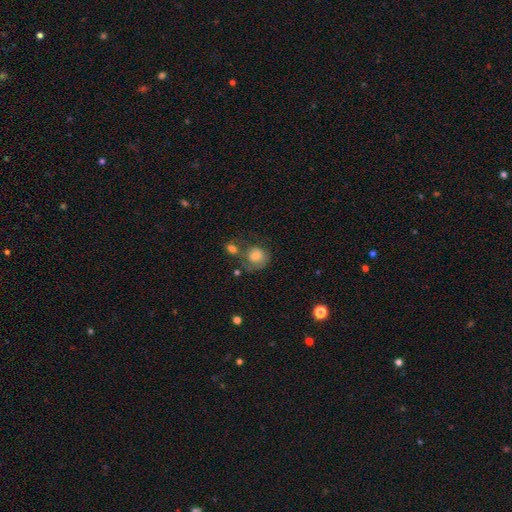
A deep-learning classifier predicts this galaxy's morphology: The model was most divided on "merging": none: 33%, merger: 30%, minor disturbance: 19%, major disturbance: 18%. More confident: smooth or featured — smooth (69%); how rounded — round (67%).